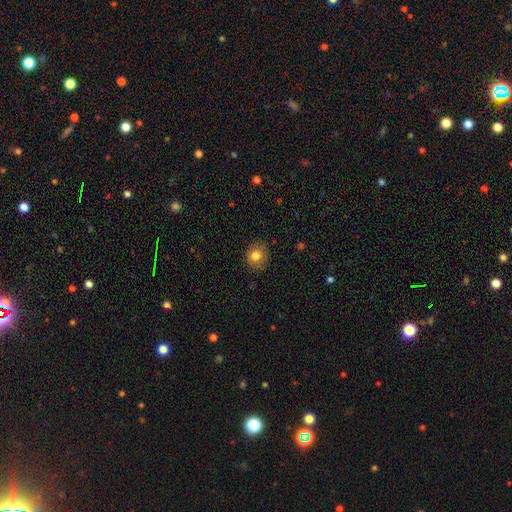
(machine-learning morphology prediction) Smooth or featured: smooth — 79% (featured or disk — 10%)
How rounded: round — 76% (in between — 23%)
Merging: none — 86% (minor disturbance — 10%)